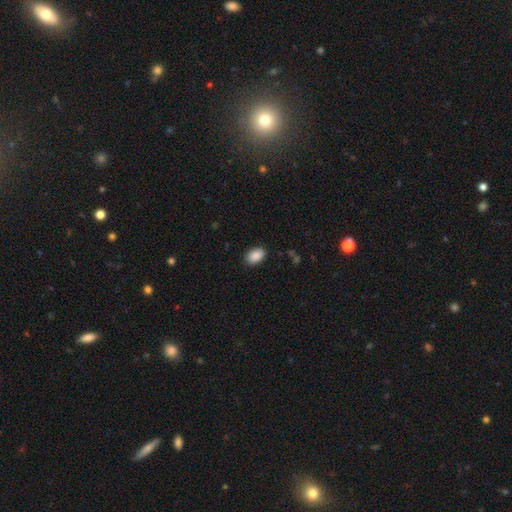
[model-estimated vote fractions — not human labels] This appears to be a smooth galaxy with no disk features (90%) that is in between round and cigar-shaped (89%). Merging: none (87%).